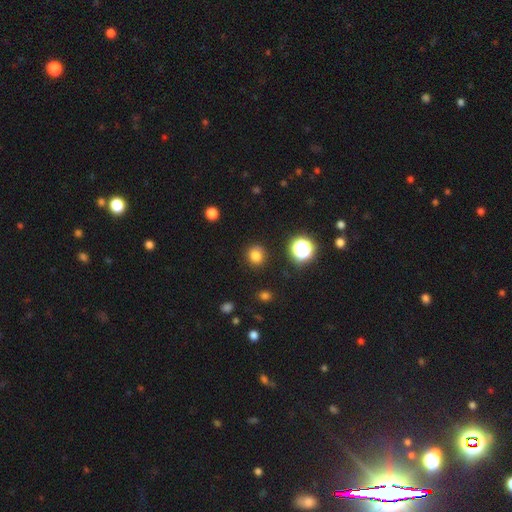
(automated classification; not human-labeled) Overall: smooth (80%). How rounded: round (88%). Merging: none (89%).